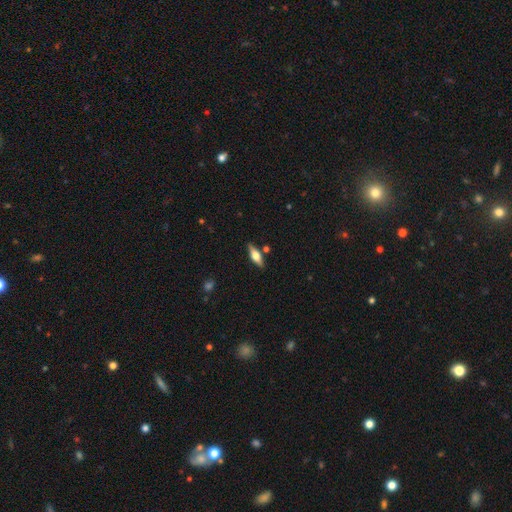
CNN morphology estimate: This is possibly a featured or disk galaxy (55%). It is clearly viewed edge-on (93%). Edge-on bulge: clearly rounded (91%). Merging: clearly none (84%).